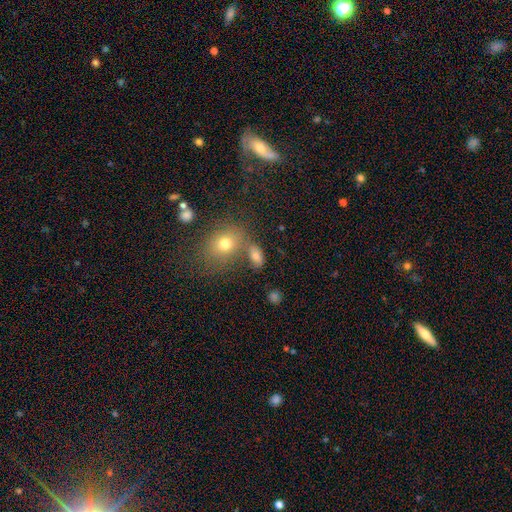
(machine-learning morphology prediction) This is likely a smooth galaxy (75%). How rounded: clearly in between (82%). Merging: possibly none (60%).